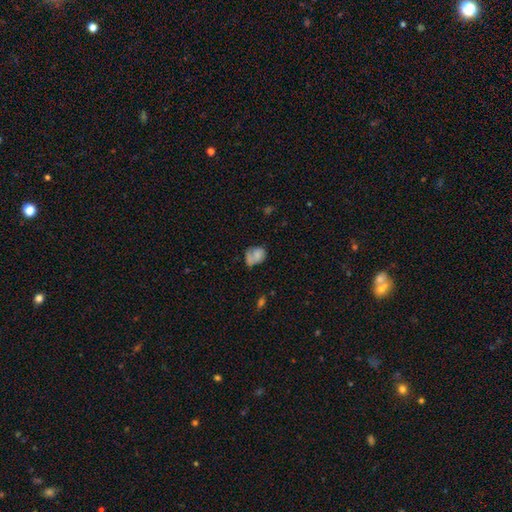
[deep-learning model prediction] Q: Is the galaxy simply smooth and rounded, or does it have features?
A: smooth — 65%.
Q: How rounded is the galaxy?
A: in between — 60%.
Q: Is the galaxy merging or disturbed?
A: none — 37%.